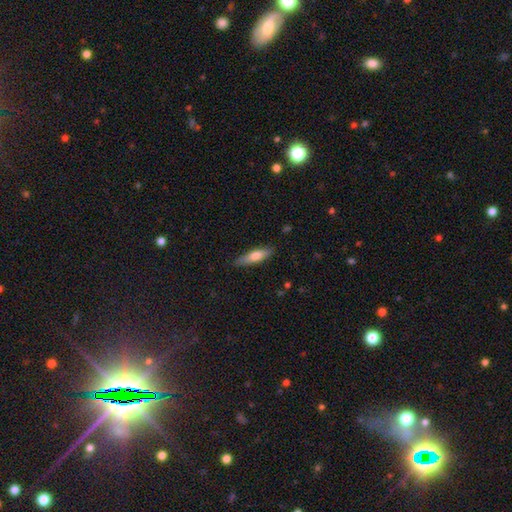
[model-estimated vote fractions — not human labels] The model was most divided on "smooth or featured": smooth: 65%, featured or disk: 29%, star or artifact: 6%. More confident: merging — none (84%); how rounded — cigar-shaped (68%).